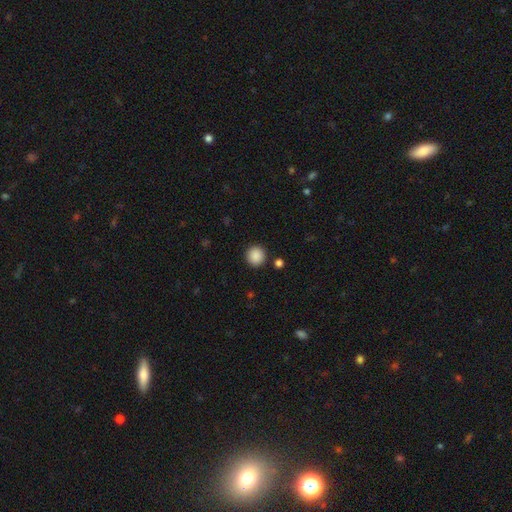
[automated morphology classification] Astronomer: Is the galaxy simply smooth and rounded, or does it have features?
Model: smooth — 89%.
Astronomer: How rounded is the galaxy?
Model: round — 93%.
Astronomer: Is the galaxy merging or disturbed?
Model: none — 90%.